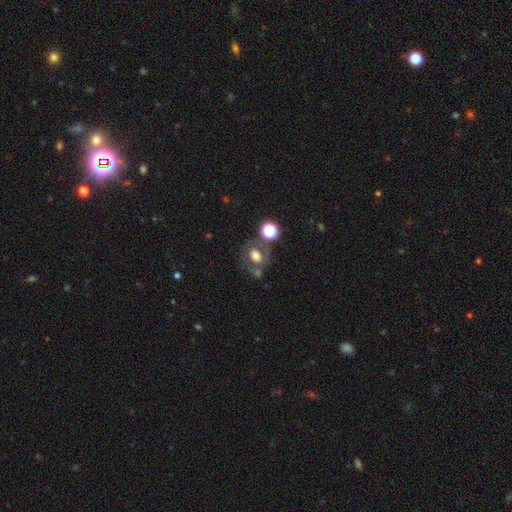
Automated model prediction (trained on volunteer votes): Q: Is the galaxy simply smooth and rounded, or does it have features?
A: smooth — 54%.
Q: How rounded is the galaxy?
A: in between — 55%.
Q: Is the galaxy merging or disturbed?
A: none — 52%.